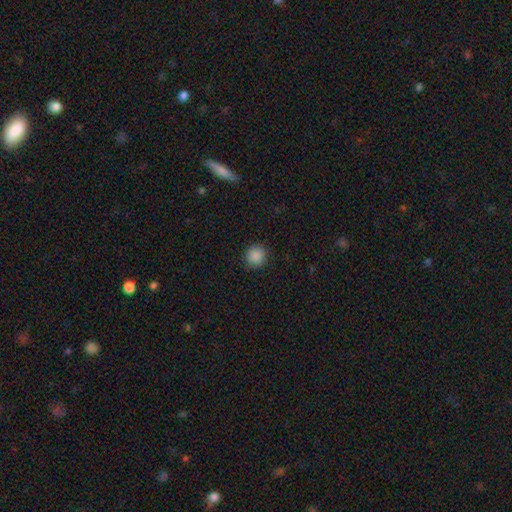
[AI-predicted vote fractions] Morphology: type=smooth (88%); roundness=round (92%); merging=none (90%).